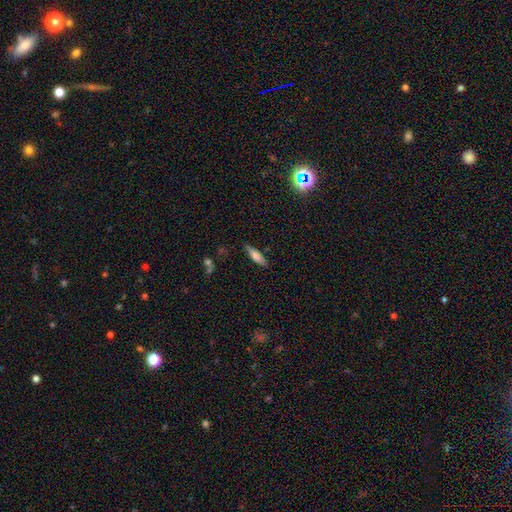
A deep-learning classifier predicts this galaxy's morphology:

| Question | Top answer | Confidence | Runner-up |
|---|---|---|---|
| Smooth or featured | smooth | 67% | featured or disk (25%) |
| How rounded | cigar-shaped | 63% | in between (35%) |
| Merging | none | 84% | minor disturbance (11%) |